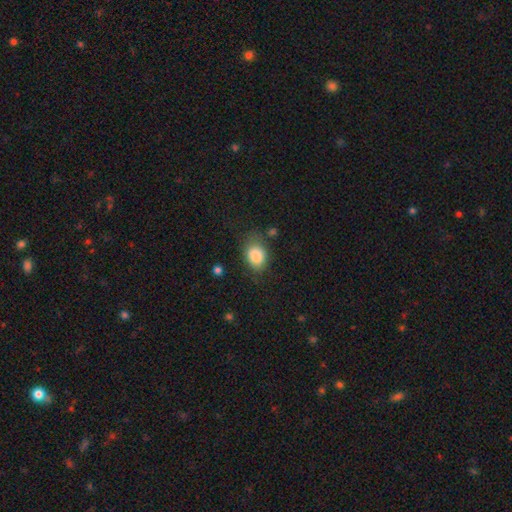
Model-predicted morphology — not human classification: Smooth or featured: smooth — 86% (star or artifact — 8%)
How rounded: in between — 69% (round — 30%)
Merging: none — 67% (minor disturbance — 23%)